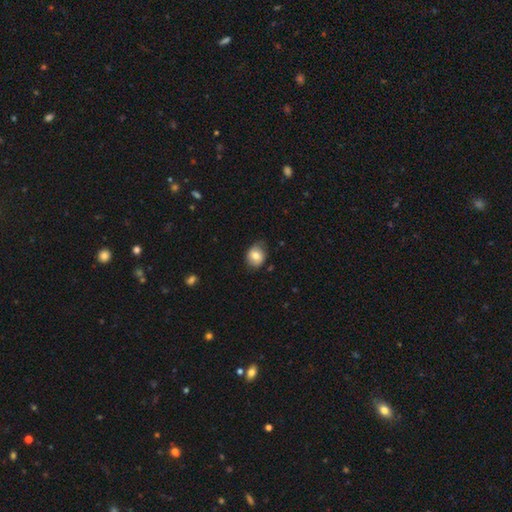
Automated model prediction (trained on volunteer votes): This appears to be a smooth galaxy with no disk features (76%) that is round (59%). Merging: none (68%).